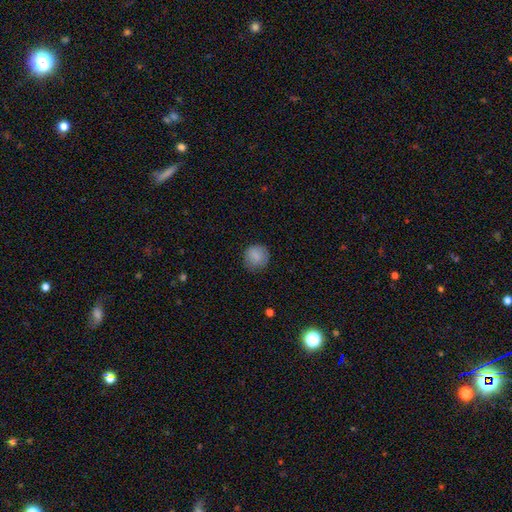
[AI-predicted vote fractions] Morphology: type=smooth (85%); roundness=round (89%); merging=none (81%).